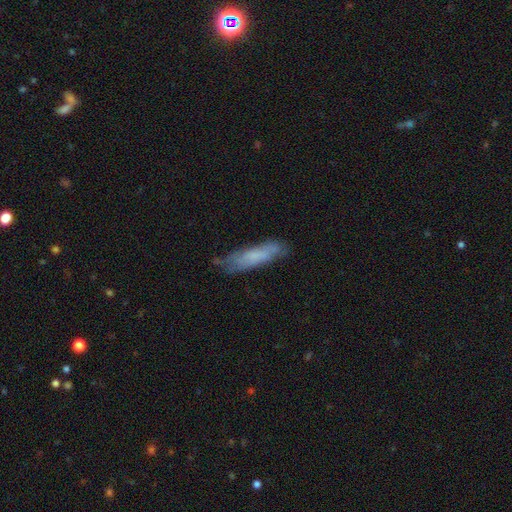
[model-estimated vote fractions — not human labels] Smooth or featured? Predicted: smooth (p=0.62). How rounded? Predicted: cigar-shaped (p=0.73). Merging? Predicted: none (p=0.67).